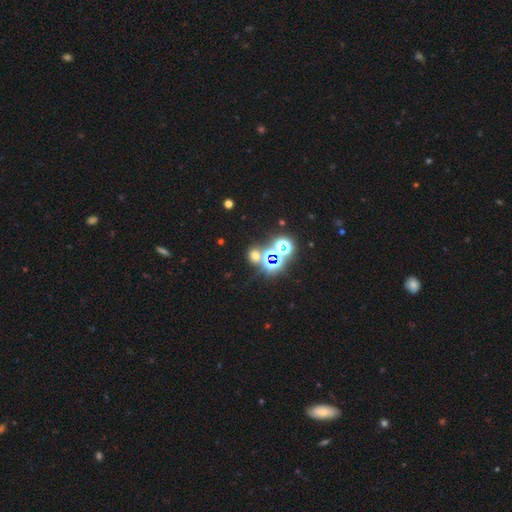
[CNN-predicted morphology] This is possibly a star or artifact rather than a galaxy (49%).